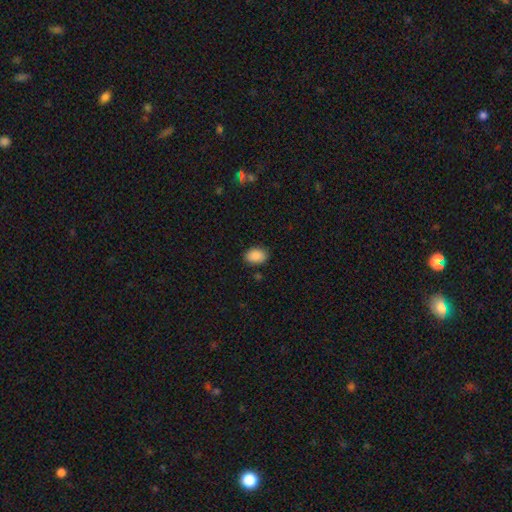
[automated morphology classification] Smooth or featured? smooth (89%)
How rounded? in between (80%)
Merging? none (85%)